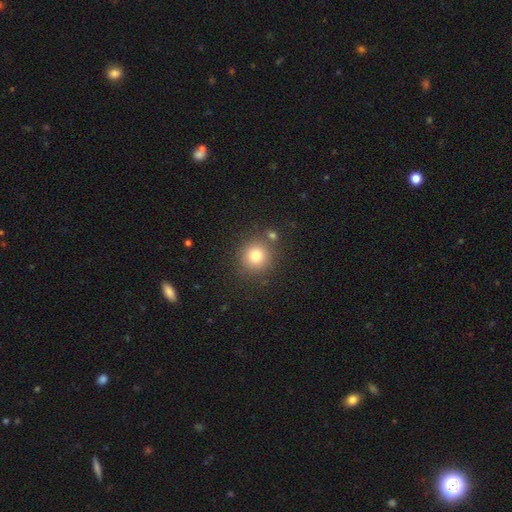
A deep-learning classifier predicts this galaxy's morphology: Overall: smooth (78%). How rounded: round (91%). Merging: none (80%).